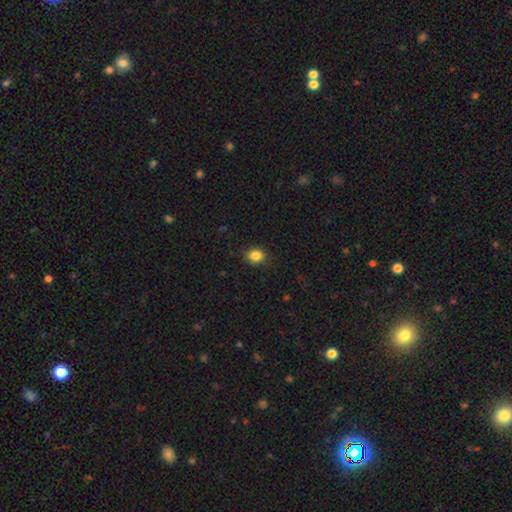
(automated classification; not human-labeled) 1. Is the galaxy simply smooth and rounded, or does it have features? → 85% smooth, 10% star or artifact, 5% featured or disk.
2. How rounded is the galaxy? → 58% round, 41% in between, 1% cigar-shaped.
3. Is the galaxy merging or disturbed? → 87% none, 9% minor disturbance, 2% major disturbance, 1% merger.